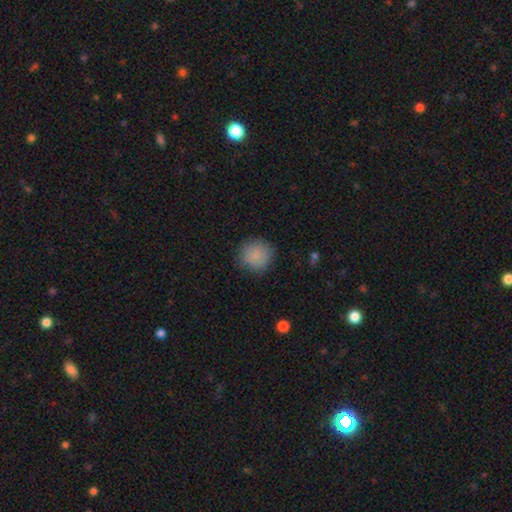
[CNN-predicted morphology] Overall: smooth (85%). How rounded: round (92%). Merging: none (84%).